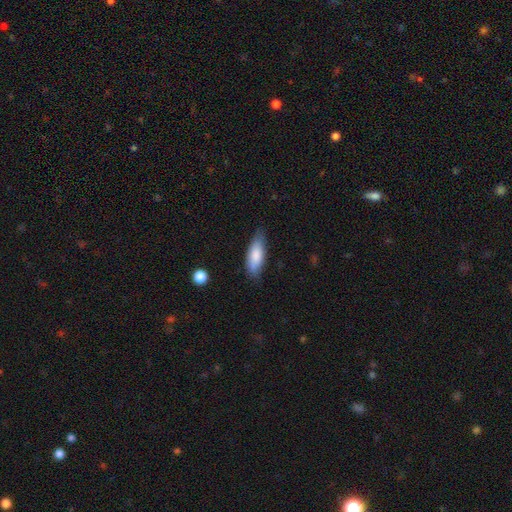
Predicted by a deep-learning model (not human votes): smooth-or-featured: smooth: 82% | featured or disk: 12% | star or artifact: 6%
  how-rounded: in between: 68% | cigar-shaped: 30% | round: 2%
  merging: none: 72% | minor disturbance: 23% | major disturbance: 4% | merger: 1%